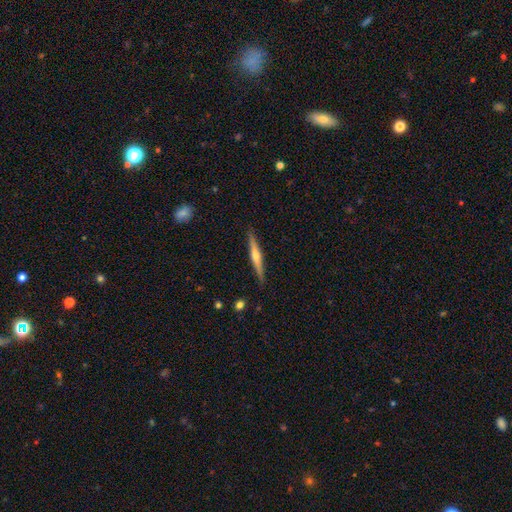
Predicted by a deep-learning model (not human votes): This is likely a featured or disk galaxy (70%). It is clearly viewed edge-on (98%). Edge-on bulge: clearly rounded (85%). Merging: clearly none (90%).